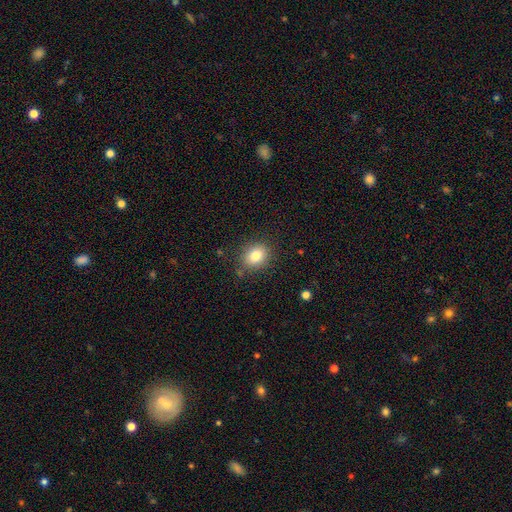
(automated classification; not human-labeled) A smooth galaxy with no disk features (82%) that is round (52%).

Vote fractions:
- Smooth or featured? smooth: 82% / star or artifact: 10% / featured or disk: 8%
- How rounded? round: 52% / in between: 47% / cigar-shaped: 1%
- Merging? none: 83% / minor disturbance: 12% / major disturbance: 3% / merger: 2%